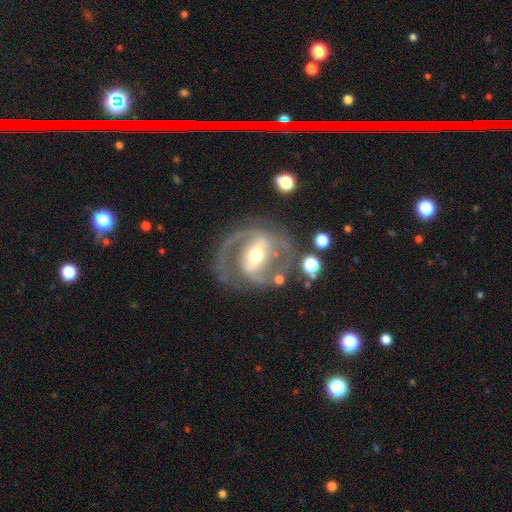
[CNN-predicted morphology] Smooth or featured: featured or disk — 88% (smooth — 7%)
Edge-on disk: no — 96% (yes — 4%)
Bar: strong — 64% (weak — 26%)
Spiral arms: yes — 89% (no — 11%)
Spiral winding: medium — 54% (tight — 29%)
Spiral arm count: 2 — 87% (can't tell — 5%)
Bulge size: moderate — 64% (small — 26%)
Merging: none — 73% (minor disturbance — 14%)